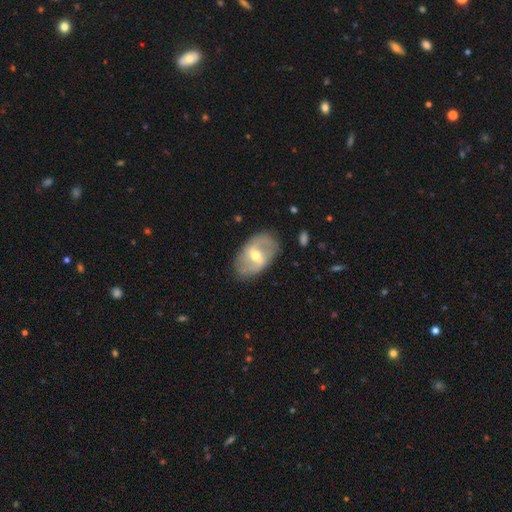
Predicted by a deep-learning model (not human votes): smooth_or_featured: featured or disk (p=0.76) [alt: smooth p=0.18]
disk_edge_on: no (p=0.94) [alt: yes p=0.06]
bar: weak (p=0.47) [alt: strong p=0.36]
has_spiral_arms: yes (p=0.77) [alt: no p=0.23]
spiral_winding: loose (p=0.45) [alt: medium p=0.37]
spiral_arm_count: 2 (p=0.82) [alt: can't tell p=0.11]
bulge_size: moderate (p=0.67) [alt: small p=0.27]
merging: none (p=0.80) [alt: minor disturbance p=0.14]